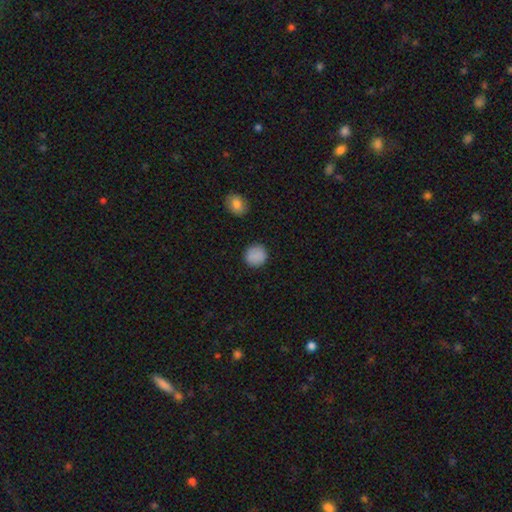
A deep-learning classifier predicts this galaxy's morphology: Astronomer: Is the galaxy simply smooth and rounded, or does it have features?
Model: smooth — 88%.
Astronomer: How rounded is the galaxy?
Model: round — 91%.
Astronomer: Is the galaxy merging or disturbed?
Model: none — 90%.